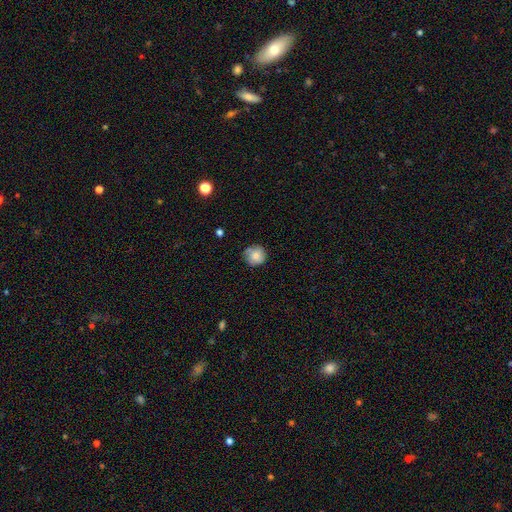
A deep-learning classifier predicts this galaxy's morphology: The model was most divided on "merging": none: 75%, minor disturbance: 20%, major disturbance: 4%, merger: 2%. More confident: how rounded — round (92%); smooth or featured — smooth (80%).